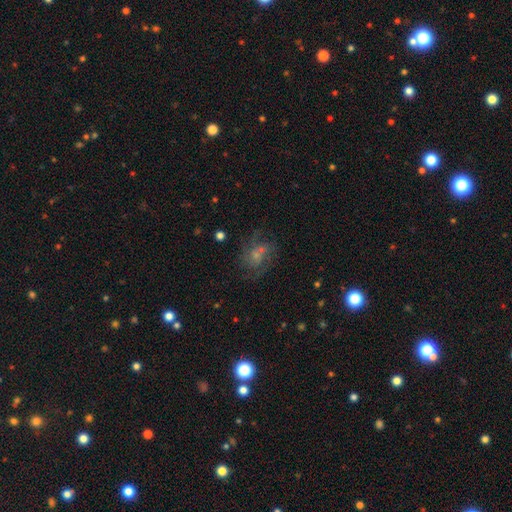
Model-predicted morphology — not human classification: Overall: featured or disk (53%; smooth 25%). Edge-on disk: no (97%). Bar: no (63%; weak 31%). Spiral arms: yes (81%). Bulge size: small (50%; moderate 29%). Merging: none (64%).